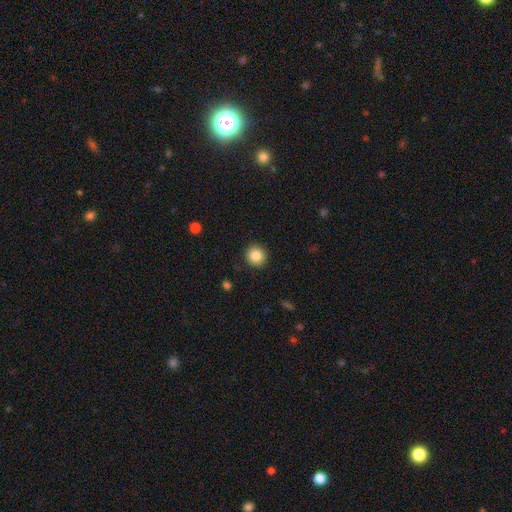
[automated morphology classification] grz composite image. It shows a smooth galaxy with no disk features (85%) that is round (90%). Merging: none (91%).